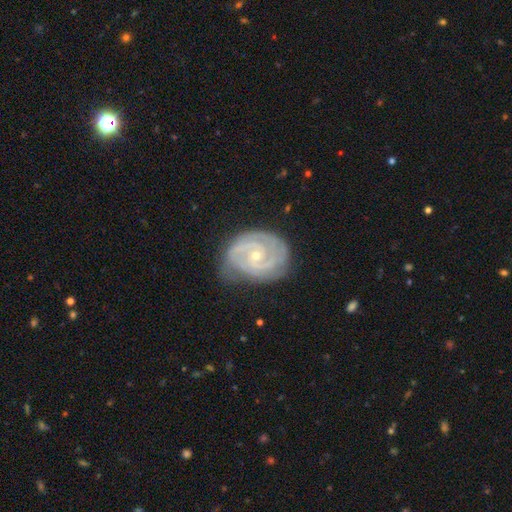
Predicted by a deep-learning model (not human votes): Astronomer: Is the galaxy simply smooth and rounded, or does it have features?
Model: featured or disk — 88%.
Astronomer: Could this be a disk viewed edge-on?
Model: no — 97%.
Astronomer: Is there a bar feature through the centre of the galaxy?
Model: no — 58%.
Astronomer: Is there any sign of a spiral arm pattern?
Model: yes — 97%.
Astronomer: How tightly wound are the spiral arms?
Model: tight — 64%.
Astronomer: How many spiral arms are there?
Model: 2 — 55%.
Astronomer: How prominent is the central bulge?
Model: small — 70%.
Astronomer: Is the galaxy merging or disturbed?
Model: none — 70%.